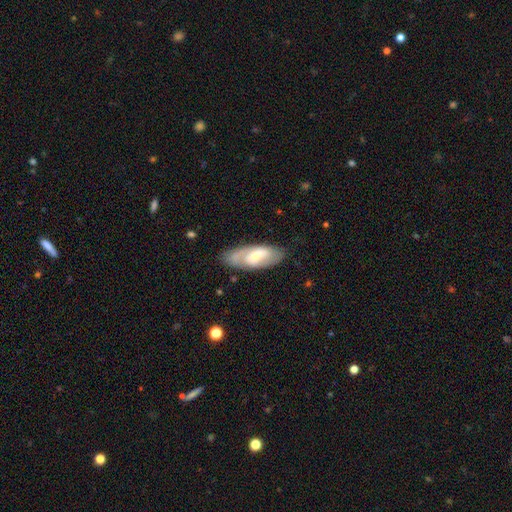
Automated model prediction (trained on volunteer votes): Morphology: type=featured or disk (55%); edge-on=no (87%); merging=none (74%).